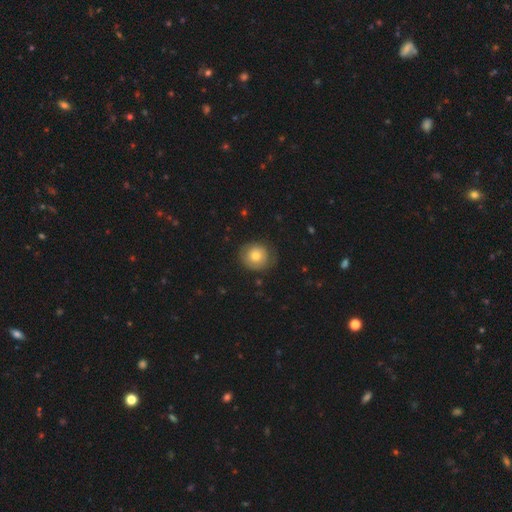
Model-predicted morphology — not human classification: Smooth or featured: smooth — 70% (featured or disk — 22%)
How rounded: round — 86% (in between — 13%)
Merging: none — 77% (minor disturbance — 17%)